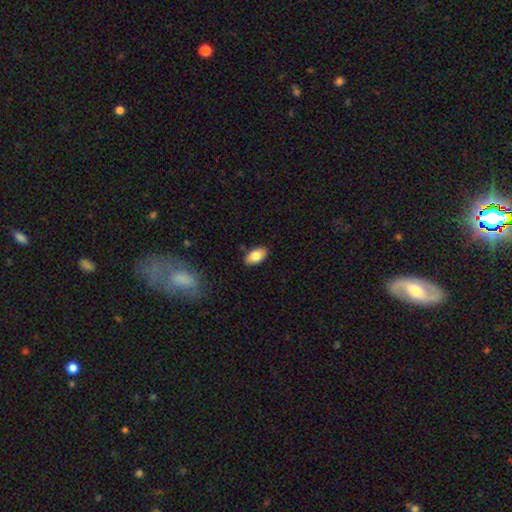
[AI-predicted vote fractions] smooth_or_featured: smooth (p=0.82) [alt: featured or disk p=0.11]
how_rounded: in between (p=0.93) [alt: round p=0.04]
merging: none (p=0.86) [alt: minor disturbance p=0.10]